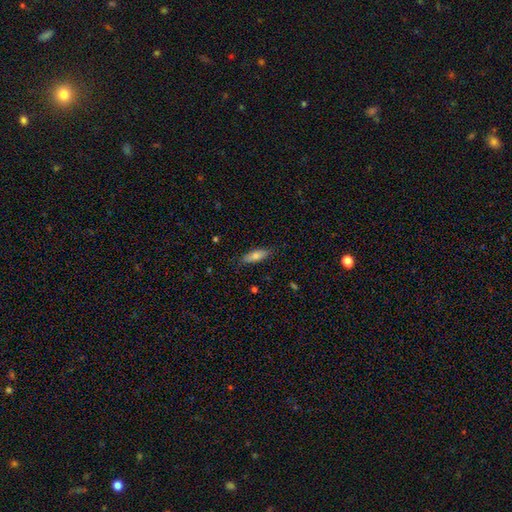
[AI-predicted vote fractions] Smooth or featured? smooth (68%)
How rounded? in between (59%)
Merging? none (84%)